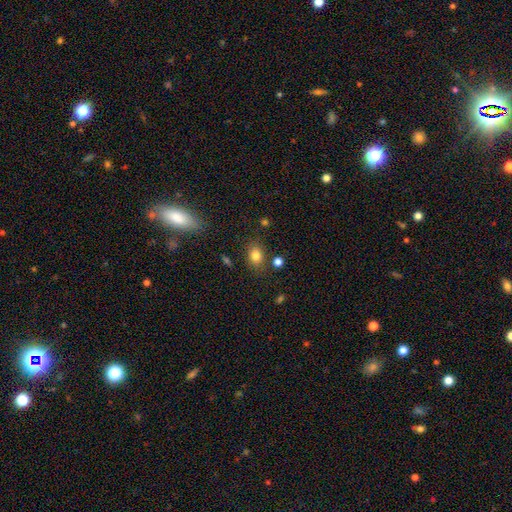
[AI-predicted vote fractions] Morphology: type=smooth (80%); roundness=in between (60%); merging=none (78%).